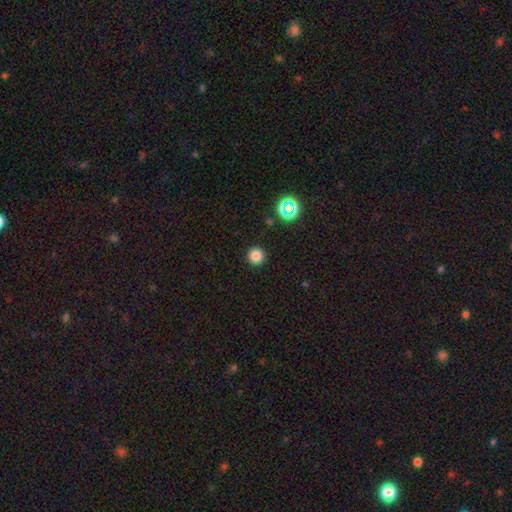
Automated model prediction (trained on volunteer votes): The model was most divided on "smooth or featured": smooth: 81%, star or artifact: 15%, featured or disk: 4%. More confident: how rounded — round (96%); merging — none (92%).